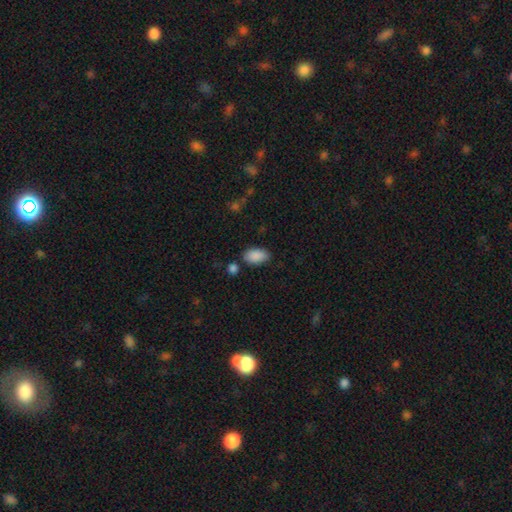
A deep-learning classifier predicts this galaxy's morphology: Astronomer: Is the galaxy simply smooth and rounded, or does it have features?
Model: smooth — 90%.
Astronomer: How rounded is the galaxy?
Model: in between — 94%.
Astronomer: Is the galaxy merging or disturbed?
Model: none — 79%.